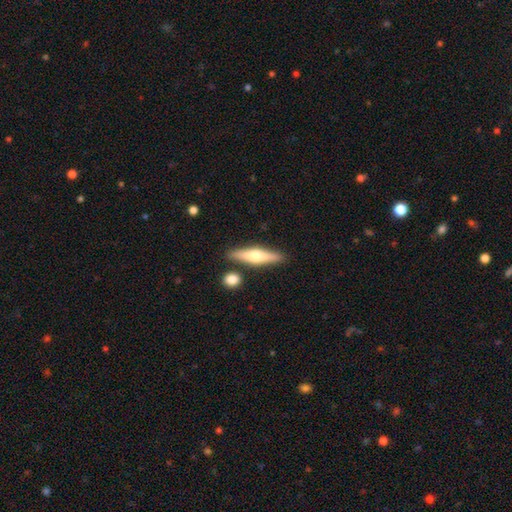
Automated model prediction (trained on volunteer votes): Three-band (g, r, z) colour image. It shows a featured or disk galaxy (53%) viewed edge-on (94%). Merging: none (84%).